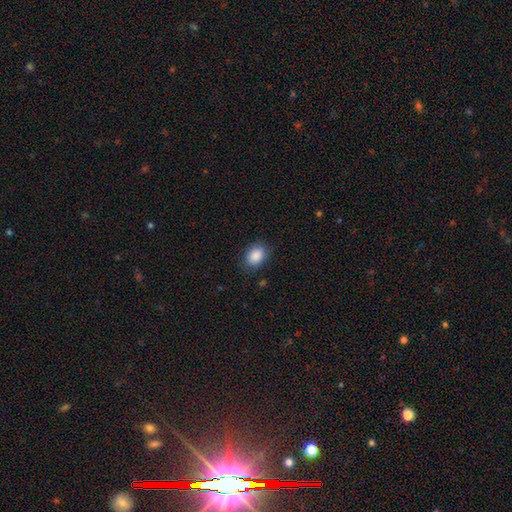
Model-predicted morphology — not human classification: The model was most divided on "how rounded": in between: 71%, round: 28%, cigar-shaped: 1%. More confident: smooth or featured — smooth (89%); merging — none (84%).